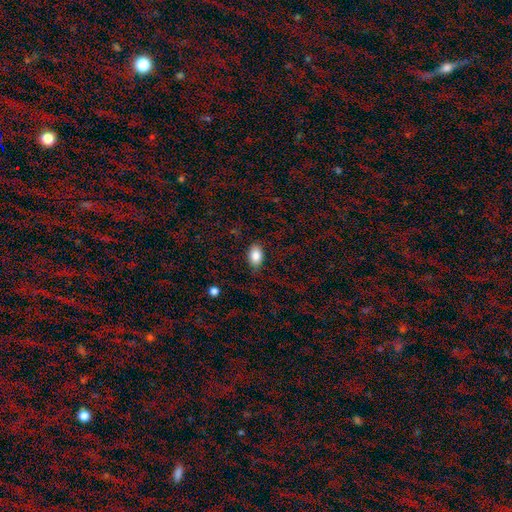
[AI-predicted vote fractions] The model was most divided on "merging": none: 83%, minor disturbance: 12%, major disturbance: 4%, merger: 1%. More confident: how rounded — in between (90%); smooth or featured — smooth (84%).